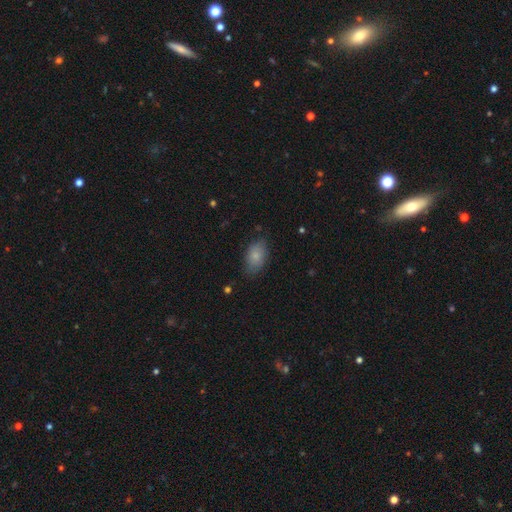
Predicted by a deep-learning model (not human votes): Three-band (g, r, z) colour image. It shows a smooth galaxy with no disk features (82%) that is in between round and cigar-shaped (89%). Merging: none (74%).